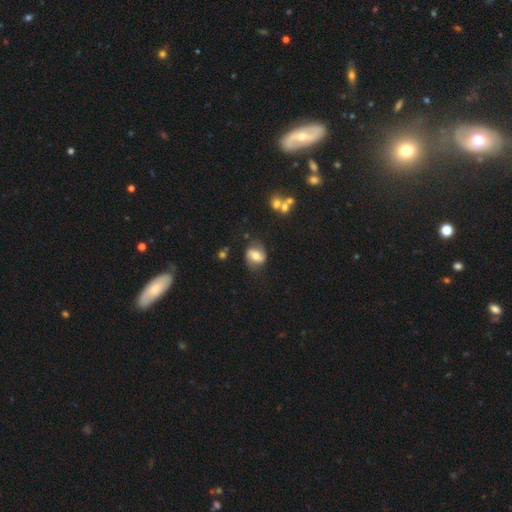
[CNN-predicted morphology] featured or disk 46%, smooth 45%, star or artifact 8%. Down the decision tree: merging — none (72%).